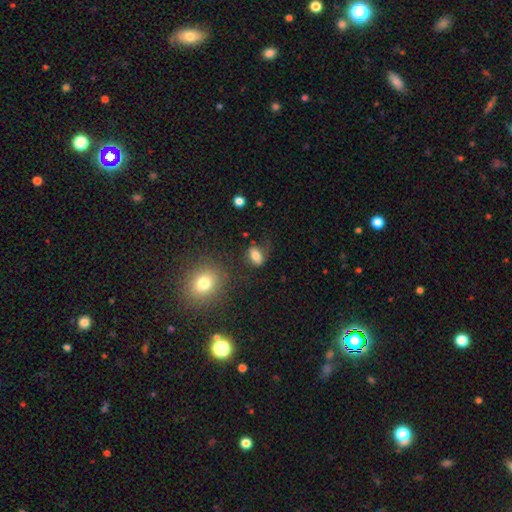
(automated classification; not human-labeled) Morphology: type=smooth (75%); roundness=in between (83%); merging=none (52%).